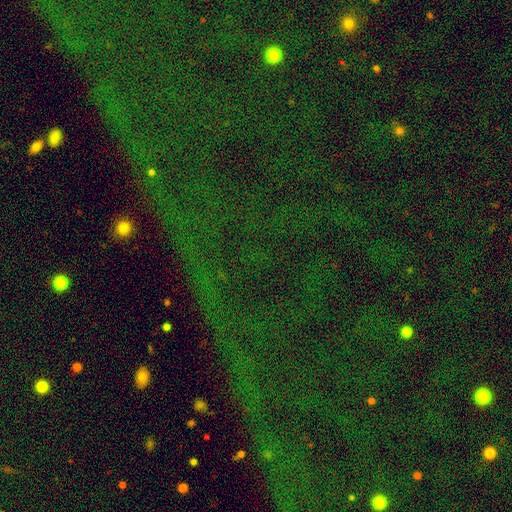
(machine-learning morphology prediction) A star or artifact, not a galaxy (80%).

Vote fractions:
- Smooth or featured? star or artifact: 80% / smooth: 12% / featured or disk: 8%